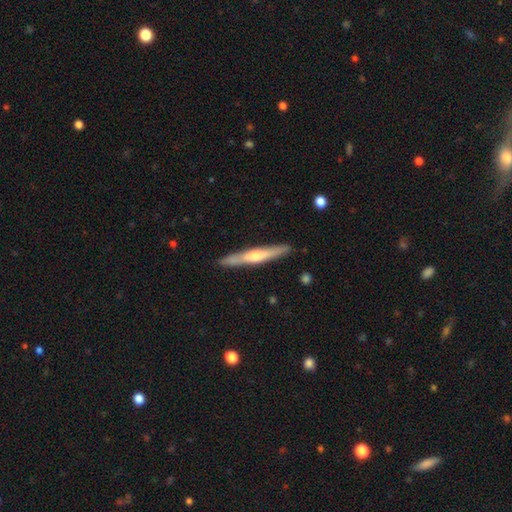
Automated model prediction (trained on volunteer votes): Morphology: type=featured or disk (64%); edge-on=yes (96%); edge-on bulge=rounded (80%); merging=none (90%).